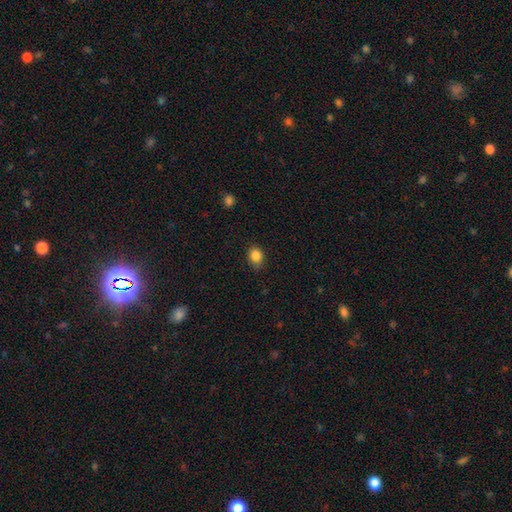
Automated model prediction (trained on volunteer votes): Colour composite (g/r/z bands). It shows a smooth galaxy with no disk features (85%) that is in between round and cigar-shaped (53%). Merging: none (82%).